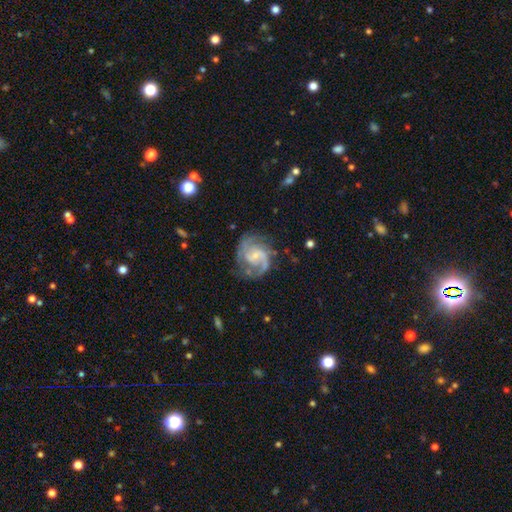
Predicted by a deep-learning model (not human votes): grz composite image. It shows a featured or disk galaxy (88%) with a weak bar (52%), 2 (72%) medium (54%) spiral arms (97%) and a small central bulge (59%). Merging: none (67%).